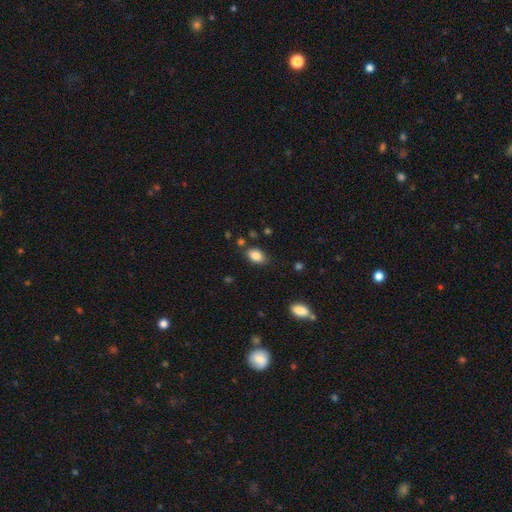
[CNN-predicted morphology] smooth-or-featured: smooth: 85% | star or artifact: 8% | featured or disk: 6%
  how-rounded: in between: 87% | round: 11% | cigar-shaped: 2%
  merging: none: 80% | minor disturbance: 14% | merger: 3% | major disturbance: 3%